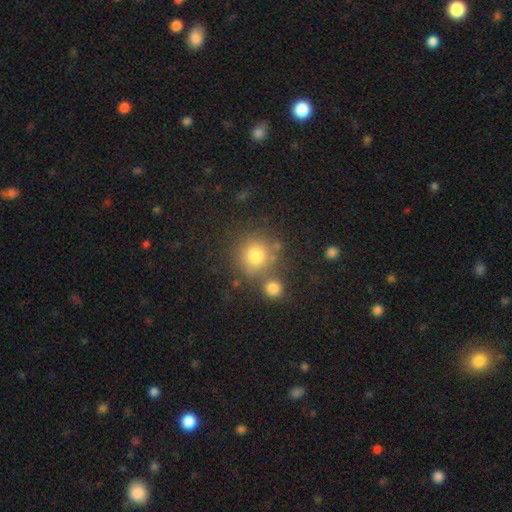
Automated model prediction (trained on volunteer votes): Overall: smooth (78%). How rounded: round (91%). Merging: none (65%).